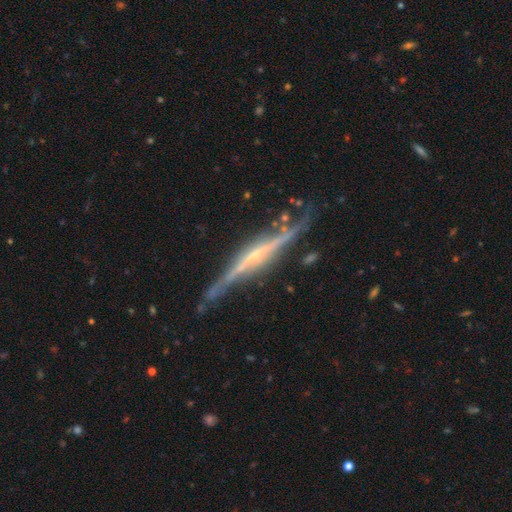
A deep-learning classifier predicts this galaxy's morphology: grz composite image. It shows a featured or disk galaxy (85%) viewed edge-on (94%) with a rounded central bulge (57%). Merging: none (70%).